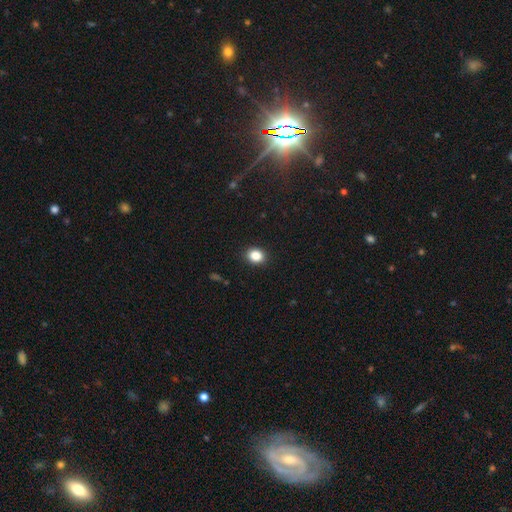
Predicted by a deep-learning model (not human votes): This is clearly a smooth galaxy (85%). How rounded: possibly round (51%). Merging: clearly none (90%).